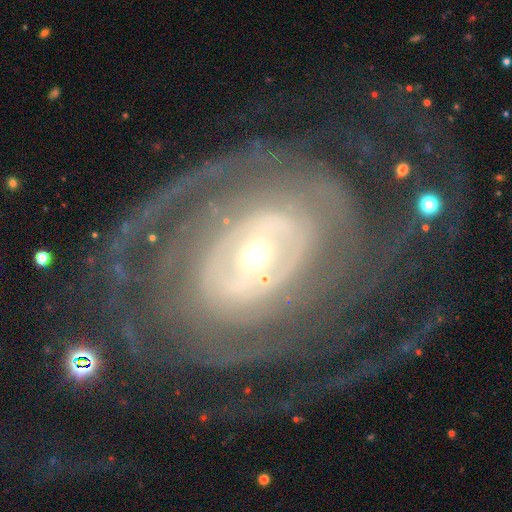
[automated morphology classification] smooth_or_featured: featured or disk (p=0.87) [alt: smooth p=0.07]
disk_edge_on: no (p=0.96) [alt: yes p=0.04]
bar: no (p=0.42) [alt: weak p=0.33]
has_spiral_arms: yes (p=0.90) [alt: no p=0.10]
spiral_winding: tight (p=0.64) [alt: medium p=0.24]
spiral_arm_count: can't tell (p=0.36) [alt: 2 p=0.26]
bulge_size: small (p=0.65) [alt: moderate p=0.28]
merging: none (p=0.57) [alt: major disturbance p=0.26]